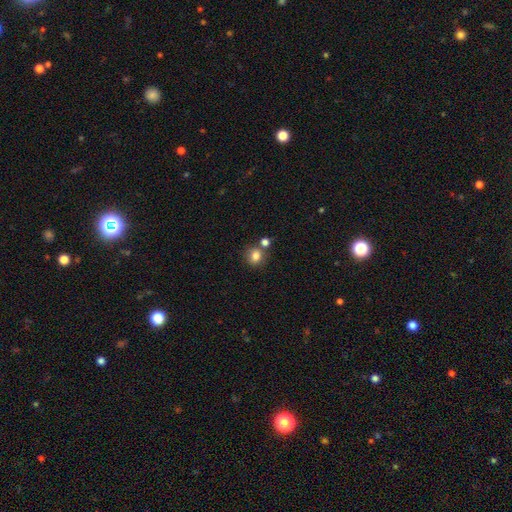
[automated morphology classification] A smooth galaxy with no disk features (81%) that is round (77%).

Vote fractions:
- Smooth or featured? smooth: 81% / star or artifact: 11% / featured or disk: 7%
- How rounded? round: 77% / in between: 22% / cigar-shaped: 1%
- Merging? none: 65% / merger: 21% / minor disturbance: 11% / major disturbance: 4%